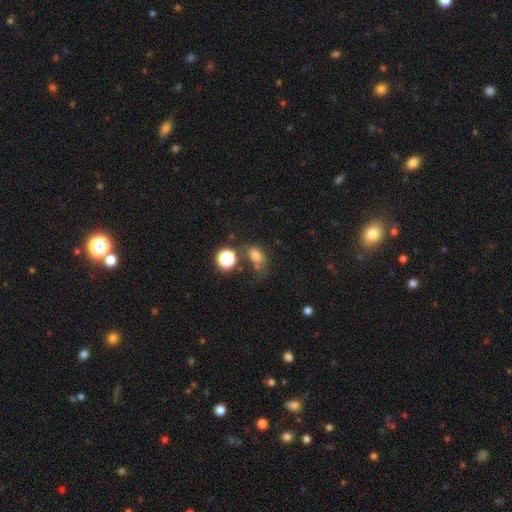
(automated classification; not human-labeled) This is likely a smooth galaxy (73%). How rounded: likely in between (66%). Merging: possibly none (48%).